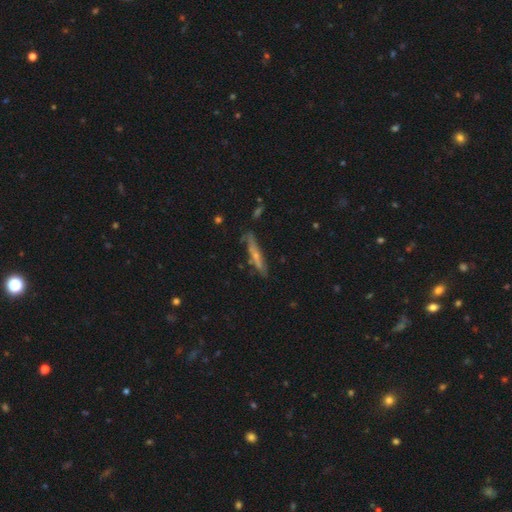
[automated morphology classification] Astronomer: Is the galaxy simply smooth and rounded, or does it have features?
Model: featured or disk — 50% (runner-up: smooth, 43%).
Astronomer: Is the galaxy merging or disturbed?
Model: none — 75%.